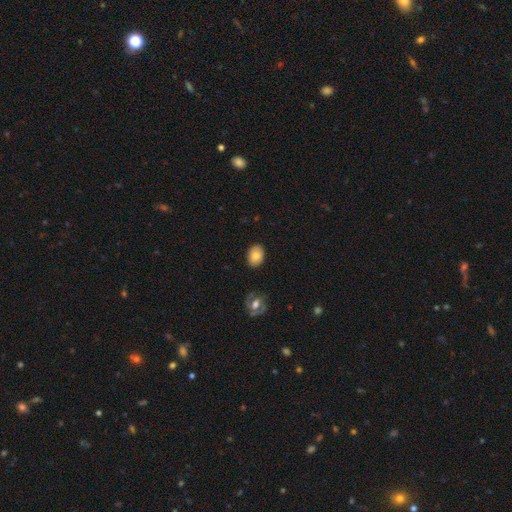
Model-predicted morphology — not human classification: Smooth or featured? smooth (81%)
How rounded? in between (77%)
Merging? none (85%)